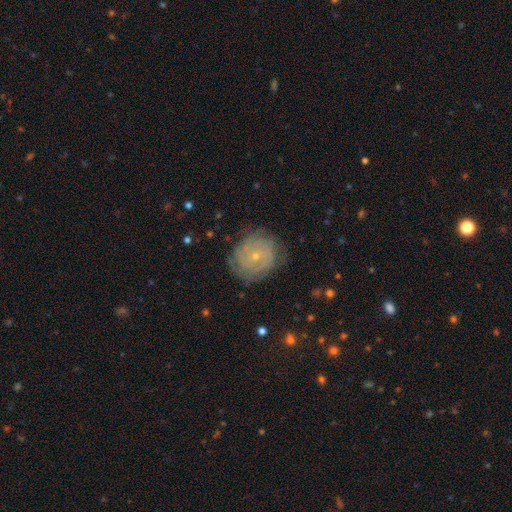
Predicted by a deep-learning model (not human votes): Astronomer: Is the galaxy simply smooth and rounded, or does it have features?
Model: featured or disk — 65%.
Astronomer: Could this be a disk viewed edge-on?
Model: no — 97%.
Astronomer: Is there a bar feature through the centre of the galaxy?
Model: no — 83%.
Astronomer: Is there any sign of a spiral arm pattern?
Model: yes — 83%.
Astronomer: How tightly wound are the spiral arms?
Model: tight — 75%.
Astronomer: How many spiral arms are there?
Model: can't tell — 50%.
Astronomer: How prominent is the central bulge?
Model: small — 79%.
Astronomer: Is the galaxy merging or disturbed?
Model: none — 75%.